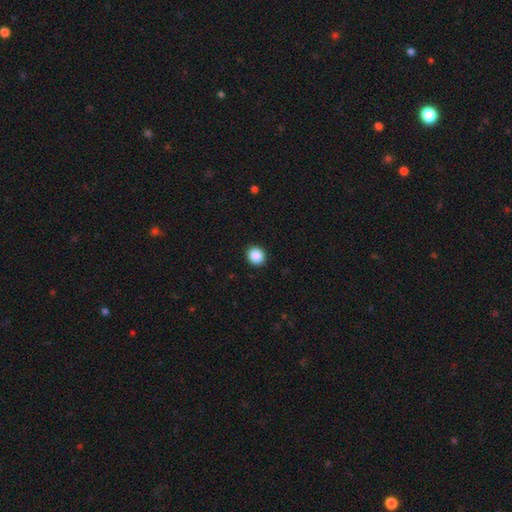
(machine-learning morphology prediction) smooth_or_featured: smooth (p=0.88) [alt: star or artifact p=0.09]
how_rounded: round (p=0.83) [alt: in between p=0.16]
merging: none (p=0.92) [alt: minor disturbance p=0.05]